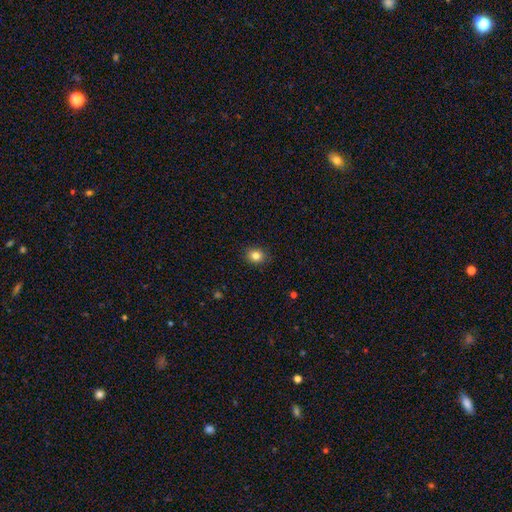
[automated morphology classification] smooth-or-featured: smooth: 82% | star or artifact: 11% | featured or disk: 7%
  how-rounded: round: 69% | in between: 30% | cigar-shaped: 1%
  merging: none: 89% | minor disturbance: 8% | major disturbance: 2% | merger: 1%